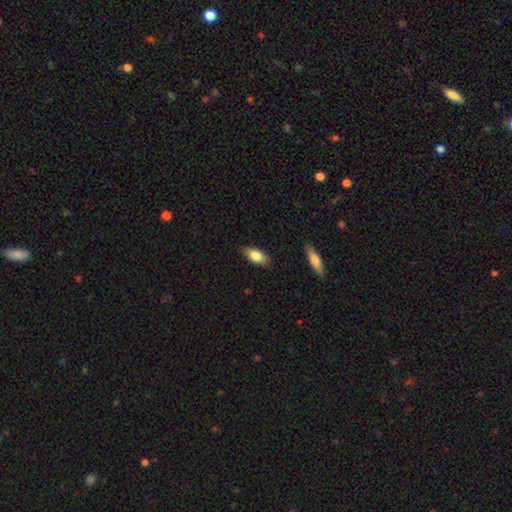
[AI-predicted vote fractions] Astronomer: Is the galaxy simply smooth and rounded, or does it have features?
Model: smooth — 79%.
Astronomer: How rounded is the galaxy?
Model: in between — 89%.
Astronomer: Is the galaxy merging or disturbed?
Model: none — 86%.